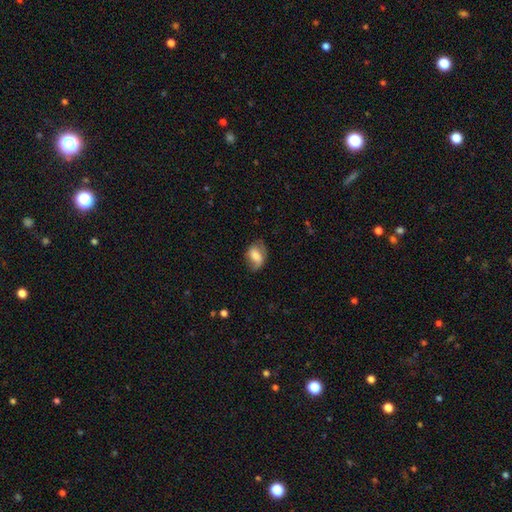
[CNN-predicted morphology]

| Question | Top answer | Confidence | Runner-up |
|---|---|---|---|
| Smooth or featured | smooth | 60% | featured or disk (31%) |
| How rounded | in between | 83% | round (15%) |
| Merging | none | 54% | minor disturbance (29%) |